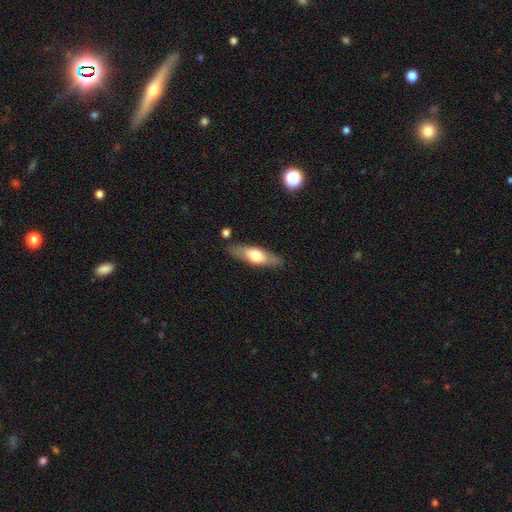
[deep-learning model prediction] Morphology: type=smooth (53%); roundness=cigar-shaped (49%); merging=none (82%).